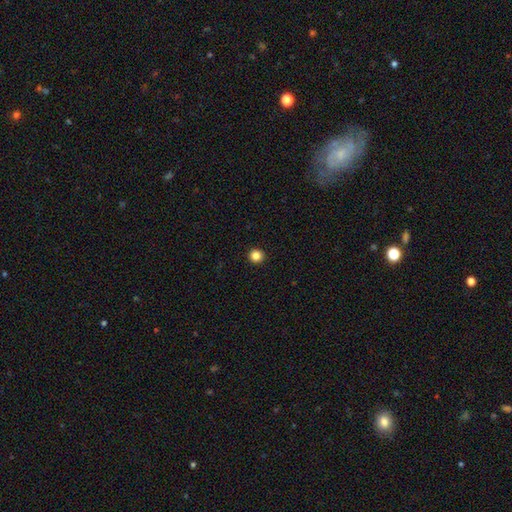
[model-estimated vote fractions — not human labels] A smooth galaxy with no disk features (85%) that is round (96%). Merging: none (94%).